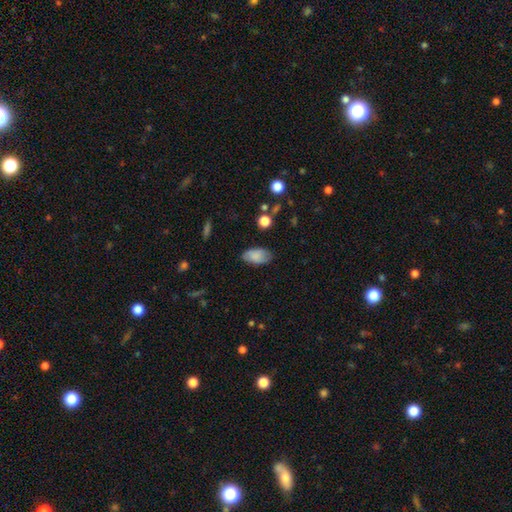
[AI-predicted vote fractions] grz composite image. It shows a smooth galaxy with no disk features (81%) that is in between round and cigar-shaped (93%). Merging: none (78%).